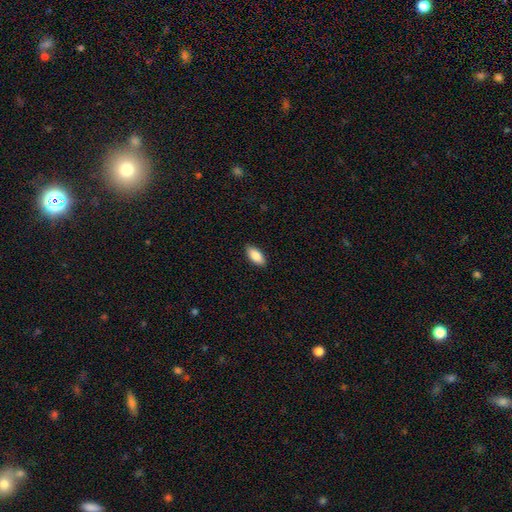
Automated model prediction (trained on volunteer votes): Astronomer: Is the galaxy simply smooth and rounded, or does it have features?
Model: smooth — 87%.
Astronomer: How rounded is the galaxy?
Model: in between — 89%.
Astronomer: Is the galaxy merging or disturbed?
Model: none — 88%.